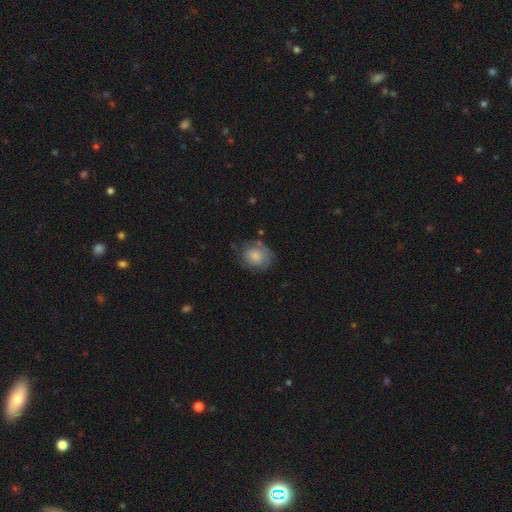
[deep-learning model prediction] A smooth galaxy with no disk features (73%) that is round (63%).

Vote fractions:
- Smooth or featured? smooth: 73% / featured or disk: 19% / star or artifact: 8%
- How rounded? round: 63% / in between: 36% / cigar-shaped: 1%
- Merging? none: 62% / minor disturbance: 26% / major disturbance: 9% / merger: 3%